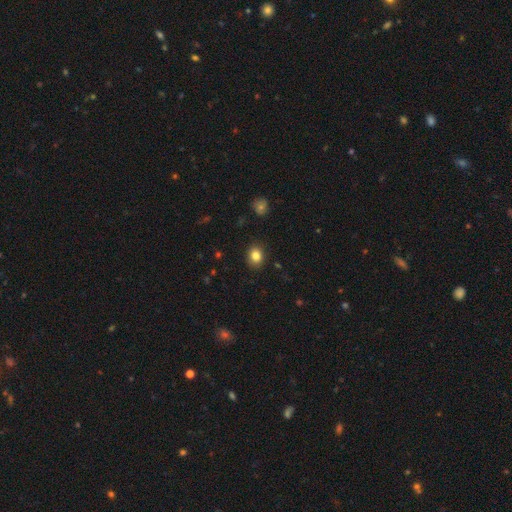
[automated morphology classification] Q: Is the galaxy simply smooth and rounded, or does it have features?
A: smooth — 84%.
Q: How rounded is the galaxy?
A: round — 54%.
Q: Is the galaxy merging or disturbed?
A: none — 89%.